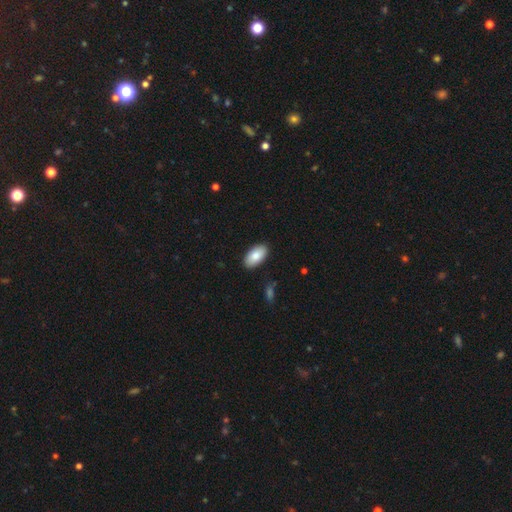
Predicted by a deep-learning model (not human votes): smooth-or-featured: smooth: 84% | featured or disk: 10% | star or artifact: 6%
  how-rounded: in between: 95% | cigar-shaped: 2% | round: 2%
  merging: none: 89% | minor disturbance: 8% | major disturbance: 2% | merger: 1%